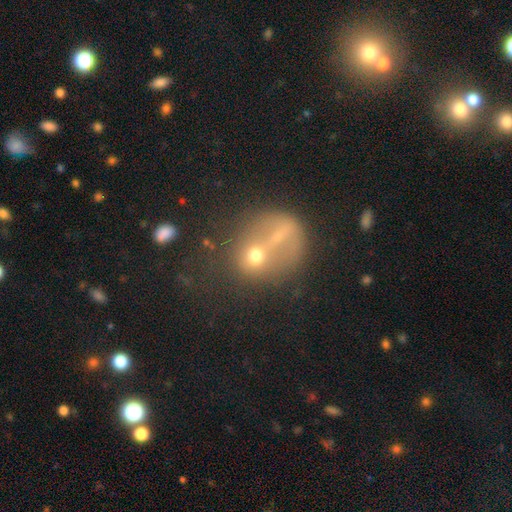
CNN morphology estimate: type=smooth (53%); roundness=round (73%); merging=merger (41%).